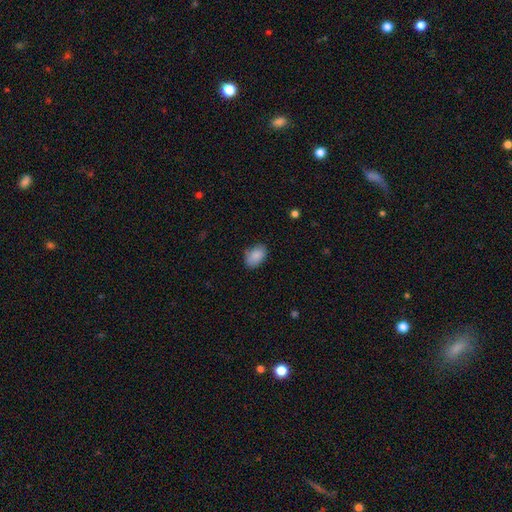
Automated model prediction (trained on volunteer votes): Smooth or featured? smooth (87%)
How rounded? in between (89%)
Merging? none (78%)